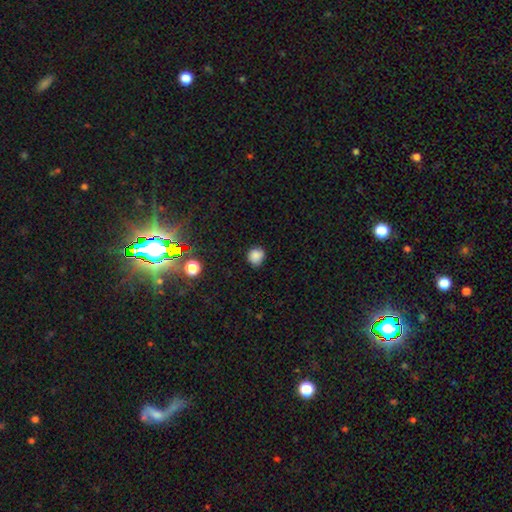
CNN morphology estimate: Smooth or featured? Predicted: smooth (p=0.83). How rounded? Predicted: round (p=0.83). Merging? Predicted: none (p=0.78).